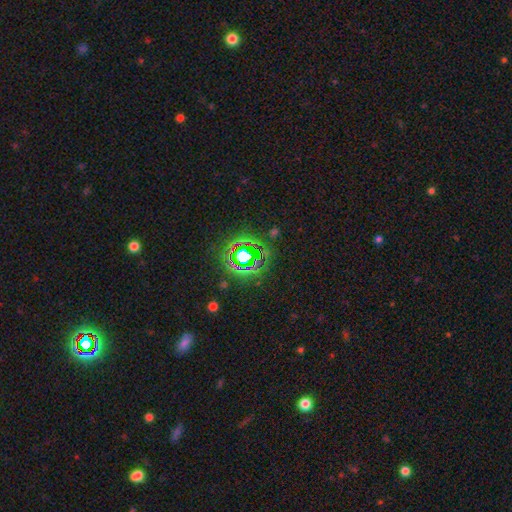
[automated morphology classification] The model was most divided on "smooth or featured": star or artifact: 80%, smooth: 12%, featured or disk: 8%.